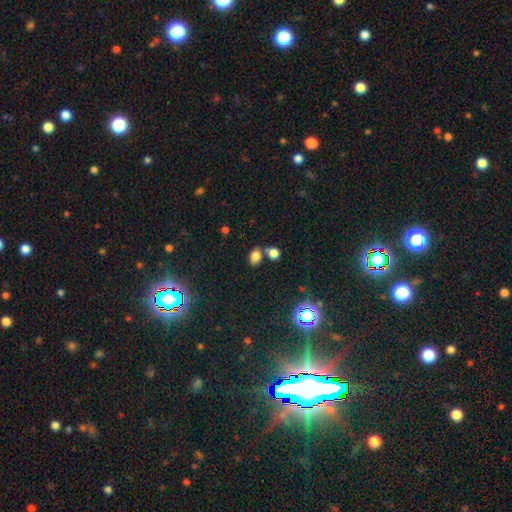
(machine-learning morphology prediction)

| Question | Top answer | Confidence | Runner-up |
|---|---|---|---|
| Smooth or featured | smooth | 76% | star or artifact (18%) |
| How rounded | in between | 66% | round (33%) |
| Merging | none | 61% | merger (26%) |